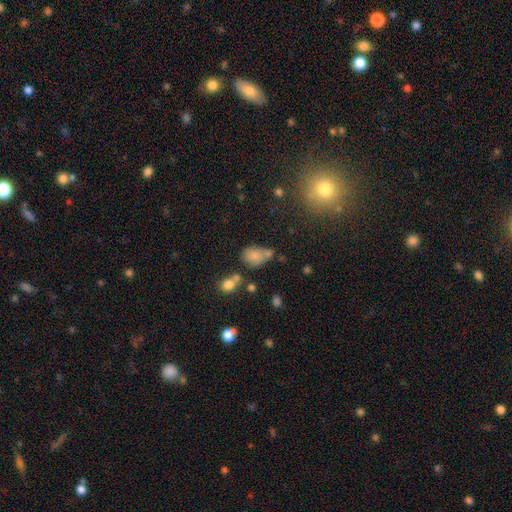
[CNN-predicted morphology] Smooth or featured?
  - smooth: 76% *
  - star or artifact: 13%
  - featured or disk: 12%
How rounded?
  - in between: 69% *
  - round: 30%
  - cigar-shaped: 2%
Merging?
  - none: 42% *
  - merger: 28%
  - minor disturbance: 21%
  - major disturbance: 9%